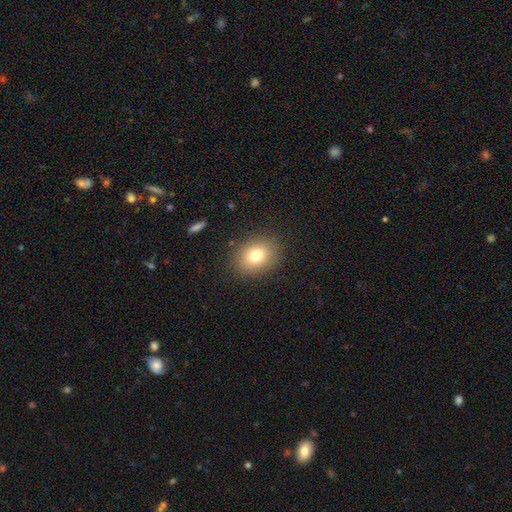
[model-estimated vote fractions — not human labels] Smooth or featured: smooth — 76% (featured or disk — 12%)
How rounded: in between — 52% (round — 47%)
Merging: none — 86% (minor disturbance — 9%)